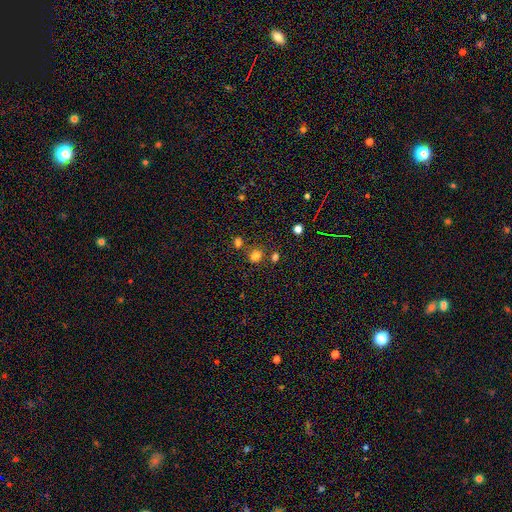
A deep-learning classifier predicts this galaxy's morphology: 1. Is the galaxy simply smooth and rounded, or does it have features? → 70% smooth, 23% star or artifact, 7% featured or disk.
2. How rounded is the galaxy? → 50% in between, 49% round, 1% cigar-shaped.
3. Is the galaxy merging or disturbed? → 64% none, 18% merger, 13% minor disturbance, 5% major disturbance.